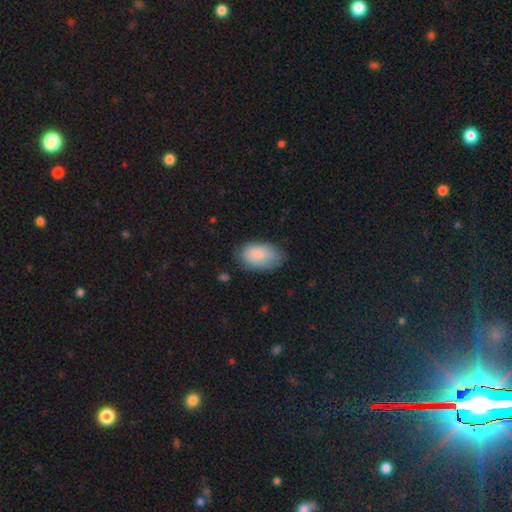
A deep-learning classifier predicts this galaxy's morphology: Smooth or featured: smooth — 85% (featured or disk — 8%)
How rounded: in between — 93% (round — 6%)
Merging: none — 67% (minor disturbance — 25%)